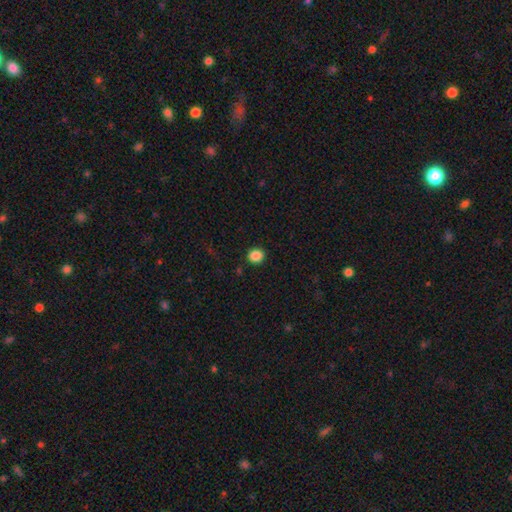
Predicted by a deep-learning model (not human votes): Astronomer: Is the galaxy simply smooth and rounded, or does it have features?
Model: smooth — 87%.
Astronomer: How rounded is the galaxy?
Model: round — 79%.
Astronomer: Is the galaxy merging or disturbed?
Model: none — 90%.